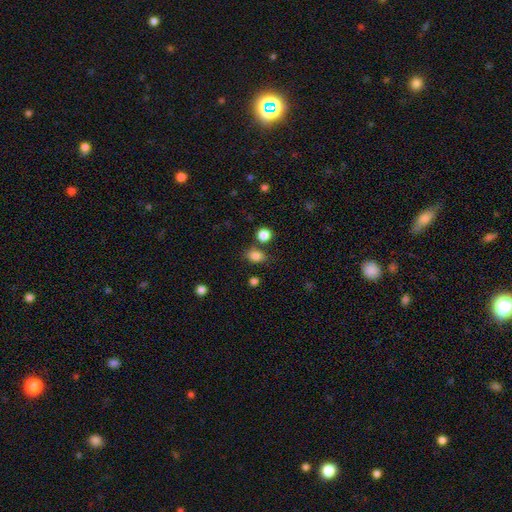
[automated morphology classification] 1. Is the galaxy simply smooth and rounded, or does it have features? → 83% smooth, 12% star or artifact, 5% featured or disk.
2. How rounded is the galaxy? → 56% in between, 42% round, 1% cigar-shaped.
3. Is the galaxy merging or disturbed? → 73% none, 12% minor disturbance, 11% merger, 4% major disturbance.